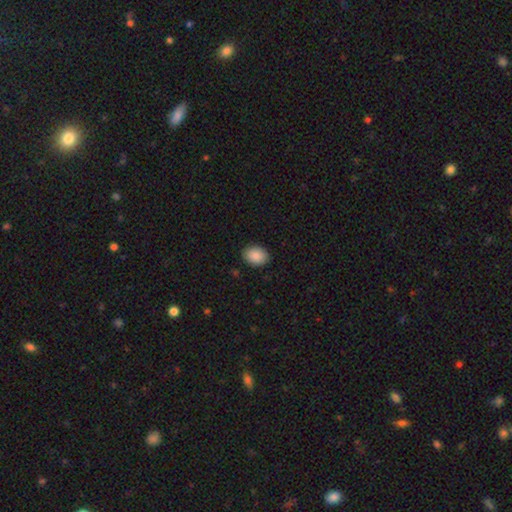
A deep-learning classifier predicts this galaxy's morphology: Q: Smooth or featured?
A: smooth (88%); runner-up: star or artifact (7%)
Q: How rounded?
A: in between (72%); runner-up: round (27%)
Q: Merging?
A: none (89%); runner-up: minor disturbance (8%)